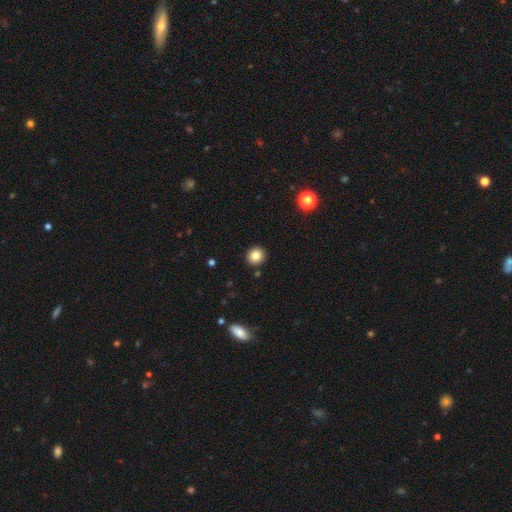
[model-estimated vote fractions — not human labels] Morphology: type=smooth (84%); roundness=round (88%); merging=none (91%).